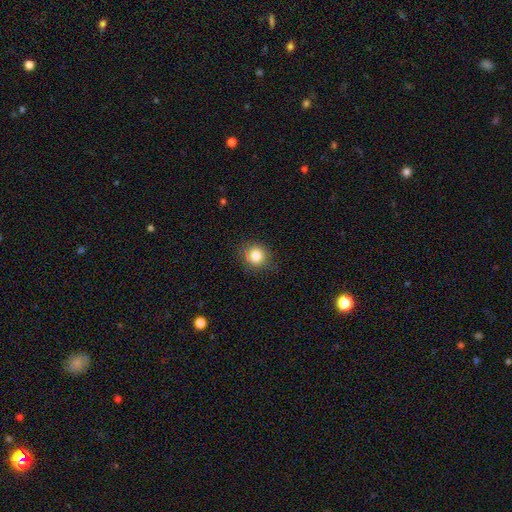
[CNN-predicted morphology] Smooth or featured: smooth — 83% (star or artifact — 11%)
How rounded: round — 85% (in between — 14%)
Merging: none — 84% (minor disturbance — 12%)